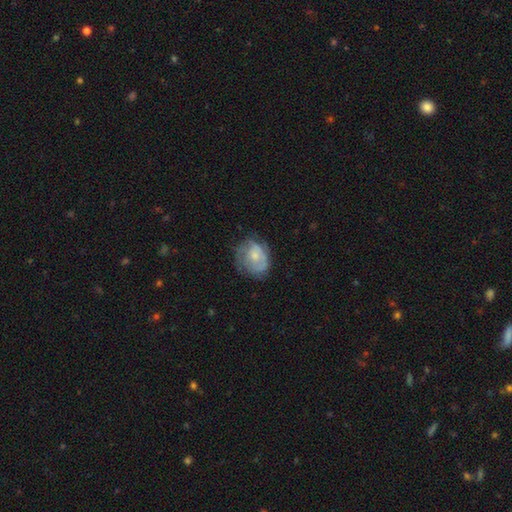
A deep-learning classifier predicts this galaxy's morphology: Overall: featured or disk (50%; smooth 42%). Edge-on disk: no (97%). Merging: none (58%; minor disturbance 26%).